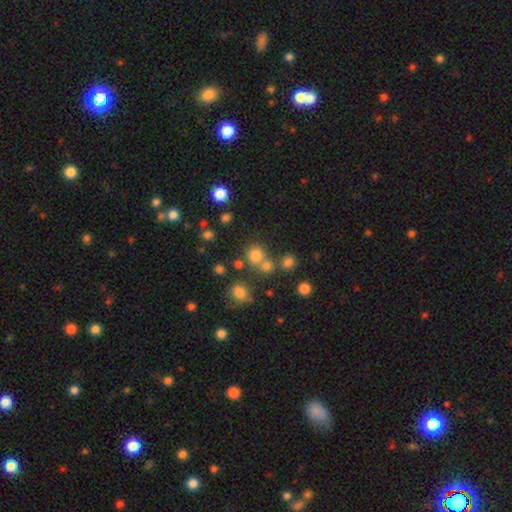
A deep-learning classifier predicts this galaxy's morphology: Overall: smooth (75%). How rounded: round (88%). Merging: none (63%; merger 25%).